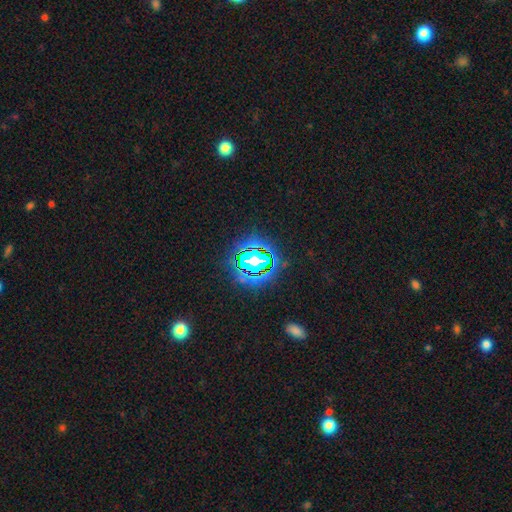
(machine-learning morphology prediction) Smooth or featured?
  - star or artifact: 81% *
  - smooth: 12%
  - featured or disk: 7%